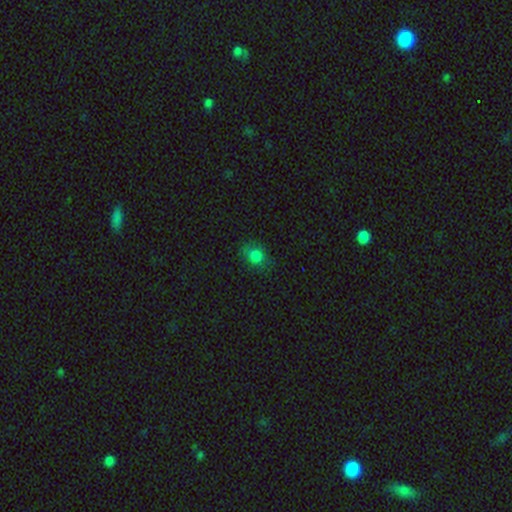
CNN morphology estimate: smooth-or-featured: smooth: 77% | star or artifact: 16% | featured or disk: 7%
  how-rounded: round: 68% | in between: 30% | cigar-shaped: 1%
  merging: none: 73% | minor disturbance: 18% | major disturbance: 7% | merger: 1%